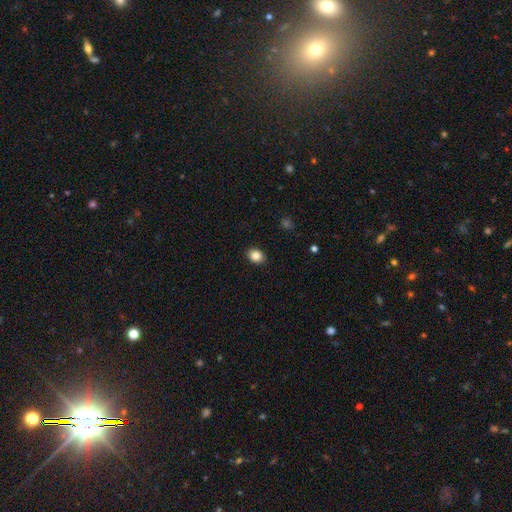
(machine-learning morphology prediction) A smooth galaxy with no disk features (86%) that is in between round and cigar-shaped (58%). Merging: none (90%).